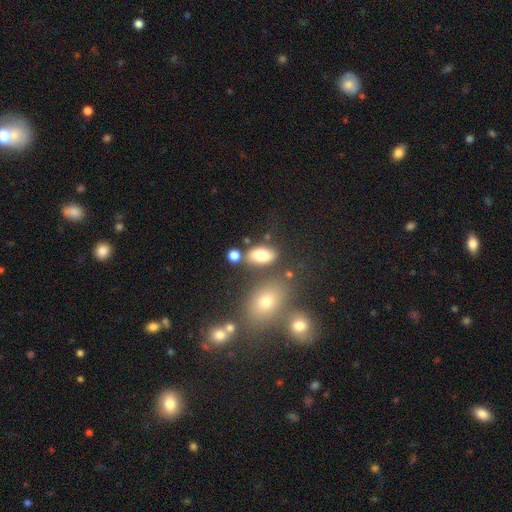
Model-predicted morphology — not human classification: Overall: smooth (77%). How rounded: in between (88%). Merging: none (68%).